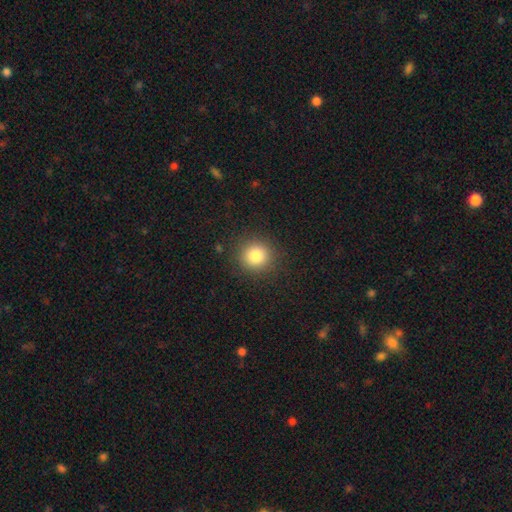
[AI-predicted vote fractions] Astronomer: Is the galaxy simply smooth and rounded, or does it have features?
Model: smooth — 82%.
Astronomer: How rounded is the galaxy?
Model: round — 92%.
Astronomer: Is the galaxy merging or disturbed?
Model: none — 90%.